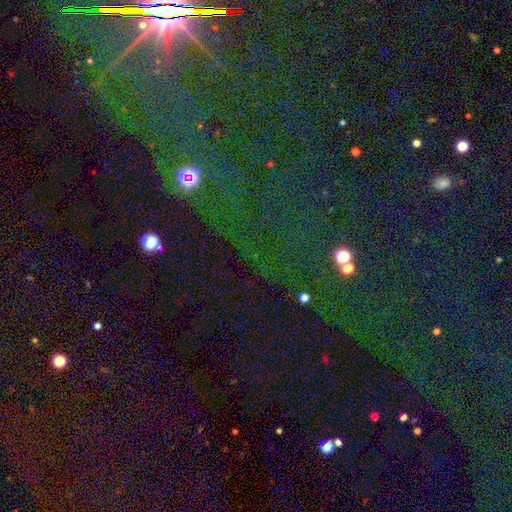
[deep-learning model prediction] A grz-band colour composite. It shows a star or artifact, not a galaxy (83%).